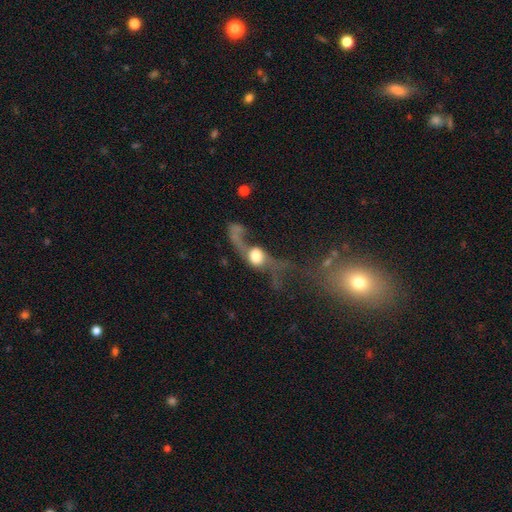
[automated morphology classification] smooth-or-featured: featured or disk: 53% | smooth: 37% | star or artifact: 11%
  disk-edge-on: no: 84% | yes: 16%
  merging: major disturbance: 54% | none: 19% | merger: 16% | minor disturbance: 11%